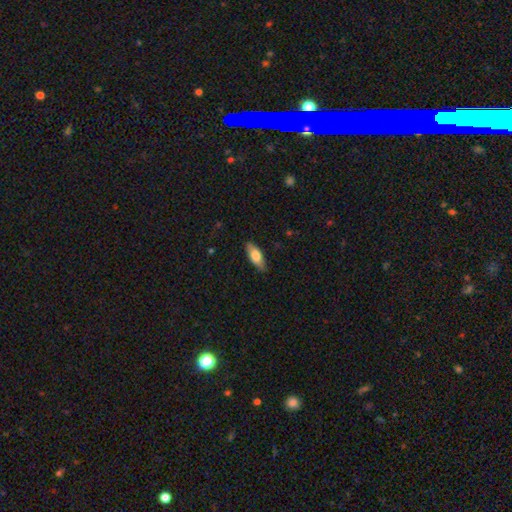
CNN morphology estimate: Smooth or featured? Predicted: smooth (p=0.73). How rounded? Predicted: in between (p=0.72). Merging? Predicted: none (p=0.85).